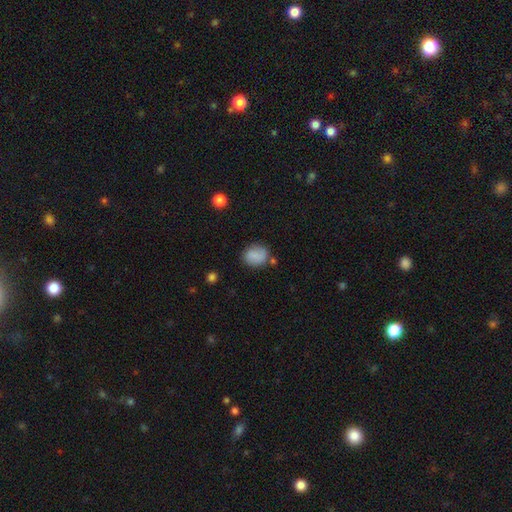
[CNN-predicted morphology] The model was most divided on "how rounded": round: 60%, in between: 39%, cigar-shaped: 1%. More confident: smooth or featured — smooth (83%); merging — none (75%).